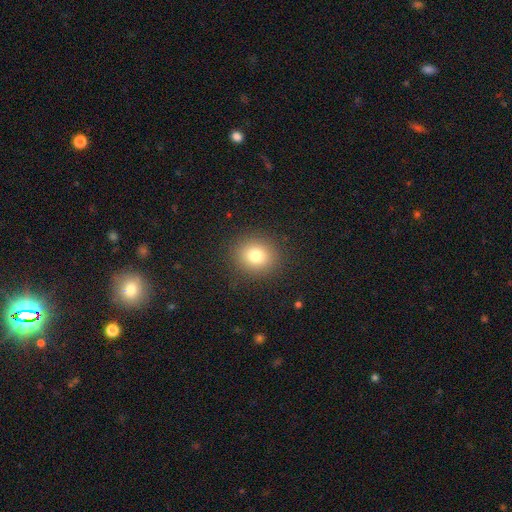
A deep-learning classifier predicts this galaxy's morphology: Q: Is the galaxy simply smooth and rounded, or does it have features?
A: smooth — 78%.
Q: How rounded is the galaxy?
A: round — 79%.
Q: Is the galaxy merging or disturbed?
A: none — 89%.